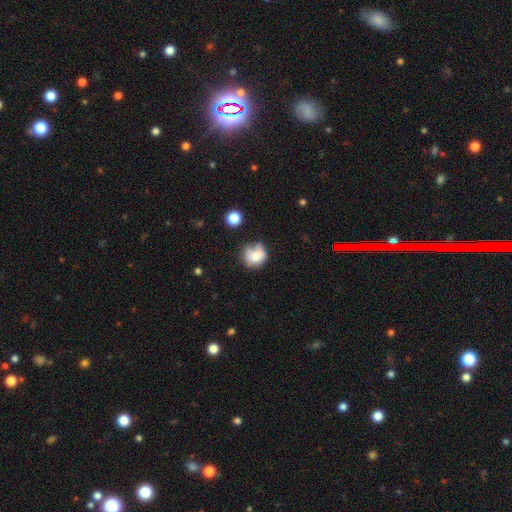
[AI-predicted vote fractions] Smooth or featured?
  - smooth: 73% *
  - featured or disk: 16%
  - star or artifact: 11%
How rounded?
  - round: 77% *
  - in between: 22%
  - cigar-shaped: 1%
Merging?
  - none: 43% *
  - minor disturbance: 28%
  - major disturbance: 15%
  - merger: 14%